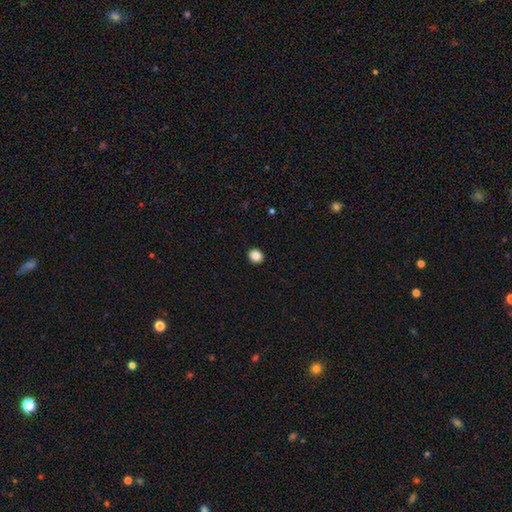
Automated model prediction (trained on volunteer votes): This appears to be a smooth galaxy with no disk features (86%) that is round (67%). Merging: none (92%).